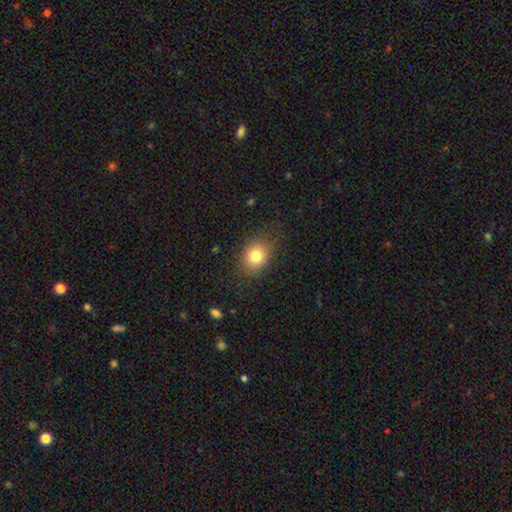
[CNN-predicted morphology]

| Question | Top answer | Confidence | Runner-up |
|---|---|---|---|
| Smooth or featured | smooth | 80% | star or artifact (11%) |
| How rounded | round | 56% | in between (43%) |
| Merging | none | 80% | minor disturbance (14%) |